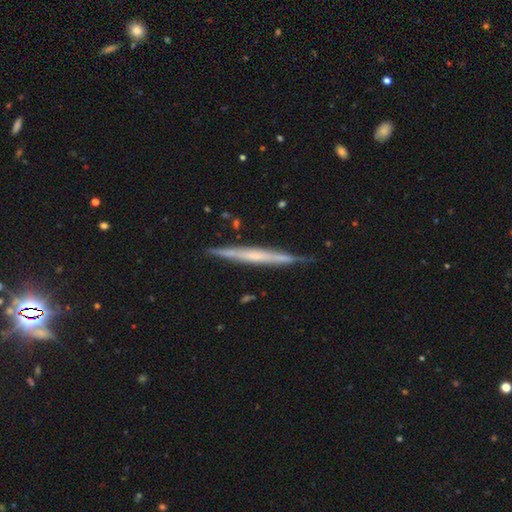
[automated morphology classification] Smooth or featured? Predicted: featured or disk (p=0.63). Edge-on disk? Predicted: yes (p=0.97). Edge-on bulge? Predicted: none (p=0.70). Merging? Predicted: none (p=0.86).